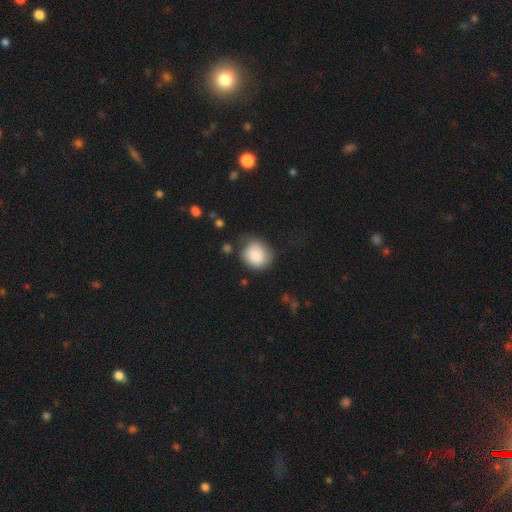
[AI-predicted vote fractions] A smooth galaxy with no disk features (84%) that is round (78%).

Vote fractions:
- Smooth or featured? smooth: 84% / featured or disk: 8% / star or artifact: 7%
- How rounded? round: 78% / in between: 21% / cigar-shaped: 1%
- Merging? none: 59% / minor disturbance: 28% / major disturbance: 10% / merger: 4%